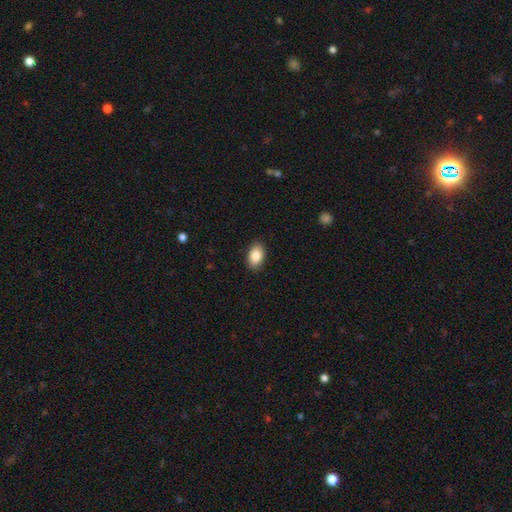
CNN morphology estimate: smooth 87%, star or artifact 7%, featured or disk 7%. Down the decision tree: how rounded — in between (92%); merging — none (89%).